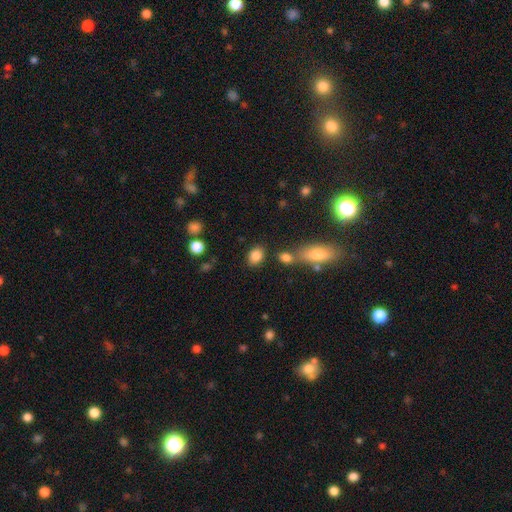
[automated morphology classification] Smooth or featured? Predicted: smooth (p=0.86). How rounded? Predicted: in between (p=0.70). Merging? Predicted: none (p=0.76).